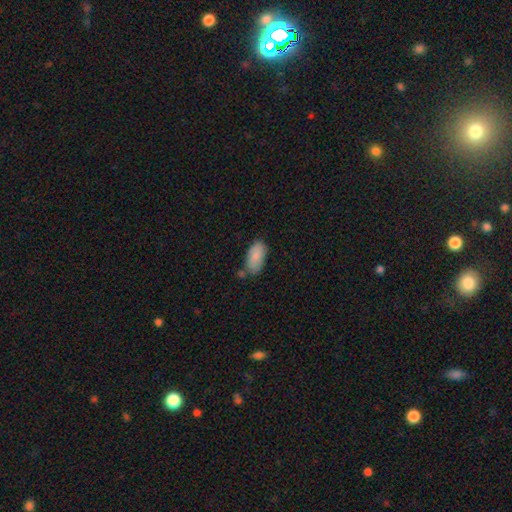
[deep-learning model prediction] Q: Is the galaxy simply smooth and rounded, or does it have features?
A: smooth — 86%.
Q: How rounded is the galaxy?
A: in between — 92%.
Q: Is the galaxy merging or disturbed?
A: none — 66%.